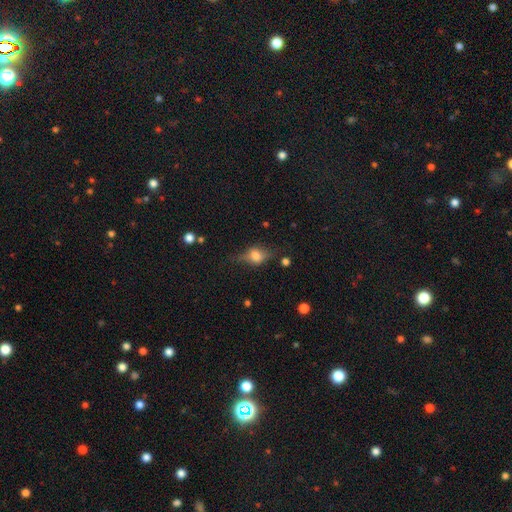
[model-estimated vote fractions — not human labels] This appears to be a smooth galaxy with no disk features (46%). Merging: none (66%).